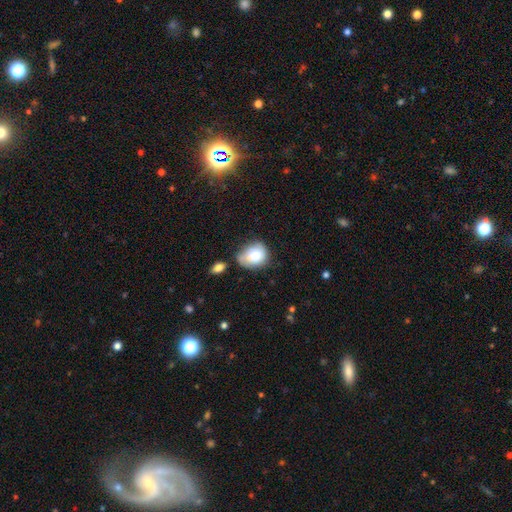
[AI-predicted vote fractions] Q: Smooth or featured?
A: smooth (77%); runner-up: featured or disk (15%)
Q: How rounded?
A: round (54%); runner-up: in between (45%)
Q: Merging?
A: none (46%); runner-up: minor disturbance (33%)